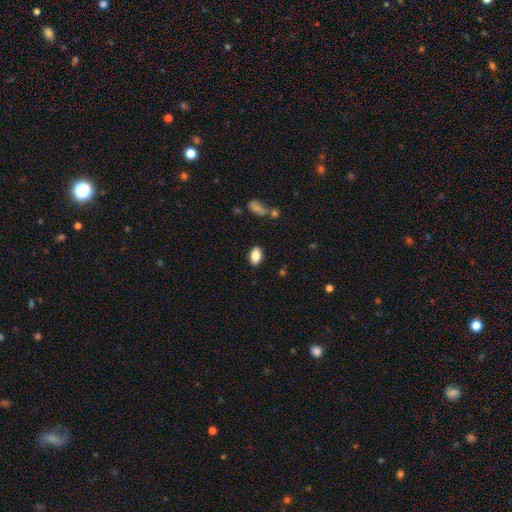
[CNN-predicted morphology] Smooth or featured: smooth — 84% (star or artifact — 8%)
How rounded: in between — 88% (round — 9%)
Merging: none — 87% (minor disturbance — 9%)